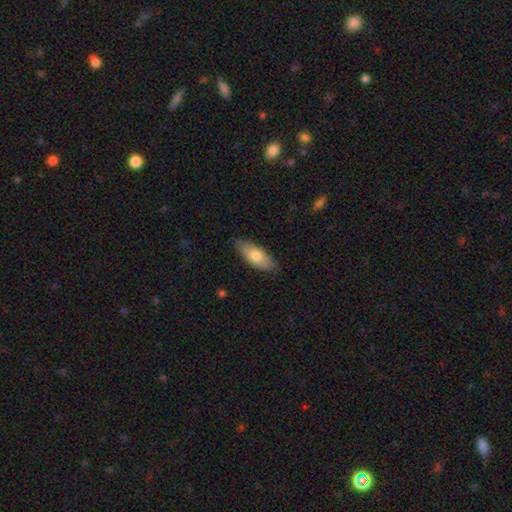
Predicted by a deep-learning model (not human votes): Overall: smooth (73%). How rounded: in between (75%). Merging: none (84%).